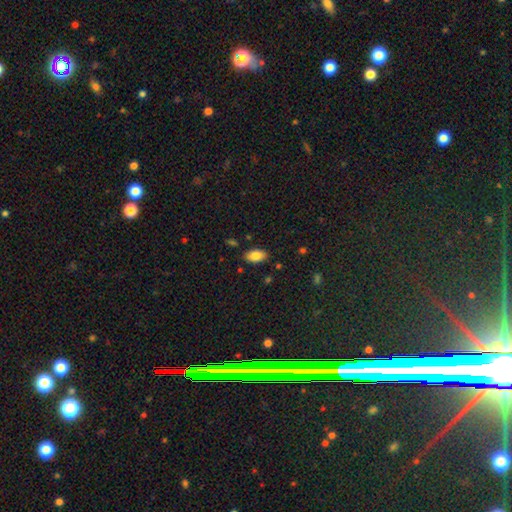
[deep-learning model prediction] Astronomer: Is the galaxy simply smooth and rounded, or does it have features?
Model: smooth — 84%.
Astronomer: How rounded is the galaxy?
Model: in between — 93%.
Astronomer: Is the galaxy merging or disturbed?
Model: none — 86%.